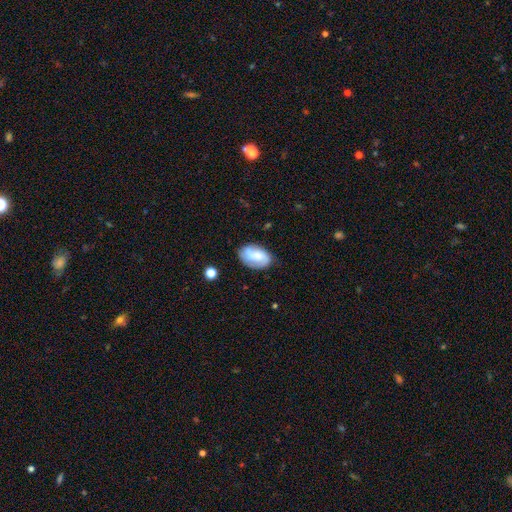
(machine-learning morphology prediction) Overall: smooth (47%; featured or disk 45%). Merging: none (68%).